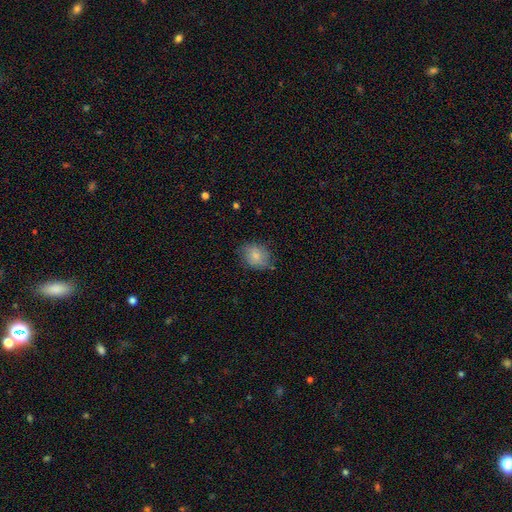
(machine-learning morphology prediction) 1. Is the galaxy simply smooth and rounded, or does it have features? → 78% smooth, 15% featured or disk, 8% star or artifact.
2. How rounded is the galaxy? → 55% in between, 44% round, 1% cigar-shaped.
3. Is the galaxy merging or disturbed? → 70% none, 23% minor disturbance, 6% major disturbance, 1% merger.